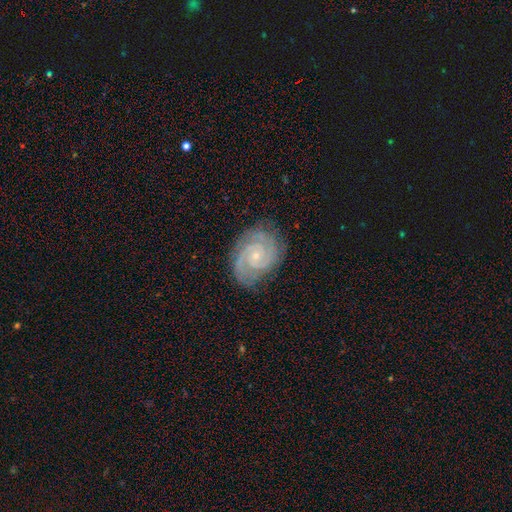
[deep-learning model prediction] The model was most divided on "spiral arm count": 2: 62%, 3: 19%, can't tell: 7%, 4: 4%, 1: 4%, more than 4: 3%. More confident: spiral arms — yes (98%); edge-on disk — no (98%); smooth or featured — featured or disk (91%); merging — none (80%); bulge size — small (80%); spiral winding — tight (70%); bar — no (70%).